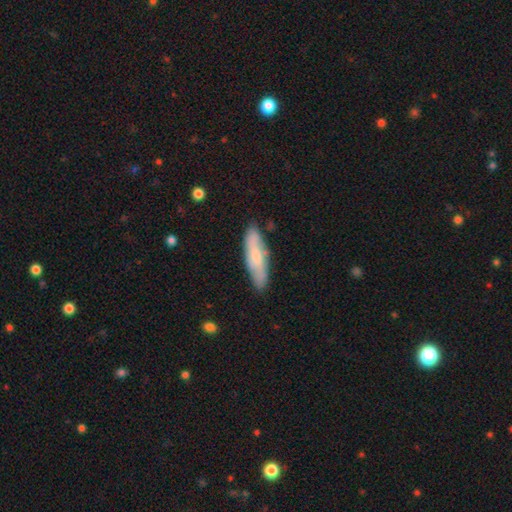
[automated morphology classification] The model was most divided on "how rounded": cigar-shaped: 59%, in between: 39%, round: 2%. More confident: merging — none (81%); smooth or featured — smooth (61%).